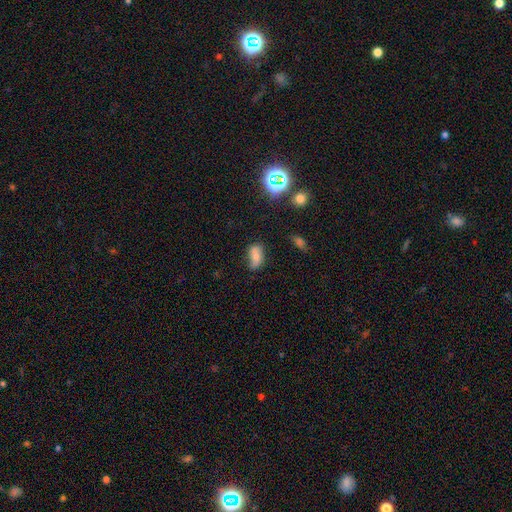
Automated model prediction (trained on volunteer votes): A smooth galaxy with no disk features (65%) that is in between round and cigar-shaped (90%). Merging: none (65%).